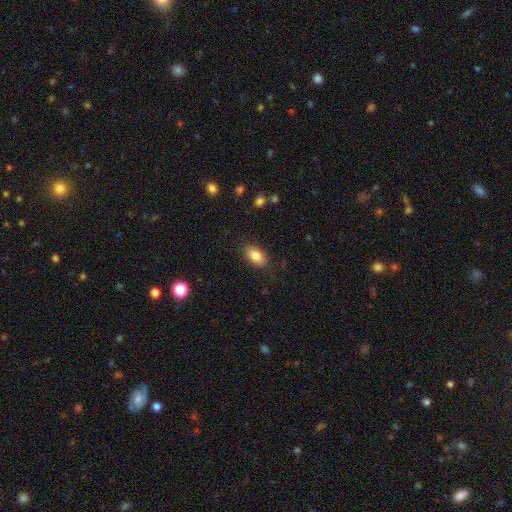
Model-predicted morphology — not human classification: This appears to be a smooth galaxy with no disk features (82%) that is in between round and cigar-shaped (91%). Merging: none (85%).